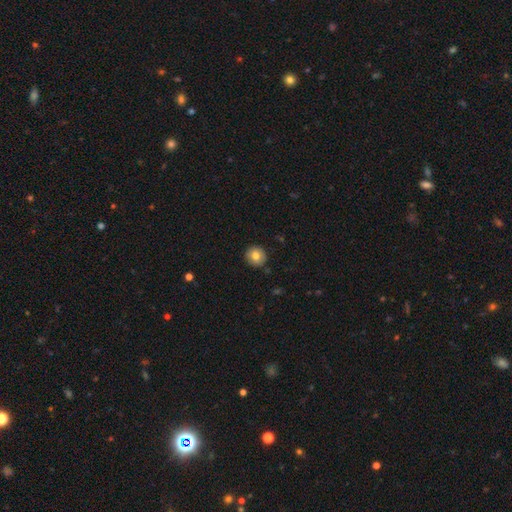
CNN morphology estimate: The model was most divided on "smooth or featured": smooth: 78%, featured or disk: 14%, star or artifact: 8%. More confident: how rounded — round (92%); merging — none (90%).